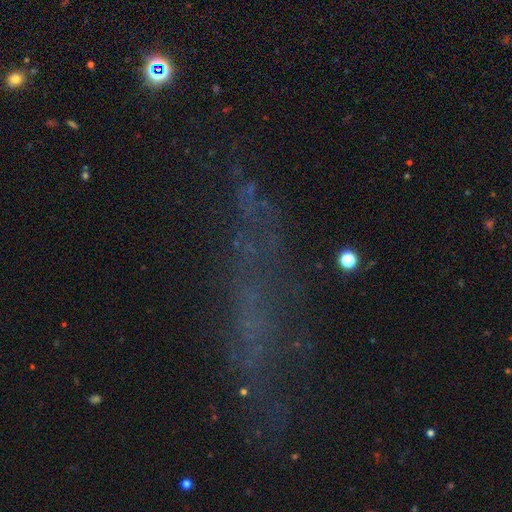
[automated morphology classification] Q: Smooth or featured?
A: star or artifact (49%); runner-up: featured or disk (26%)